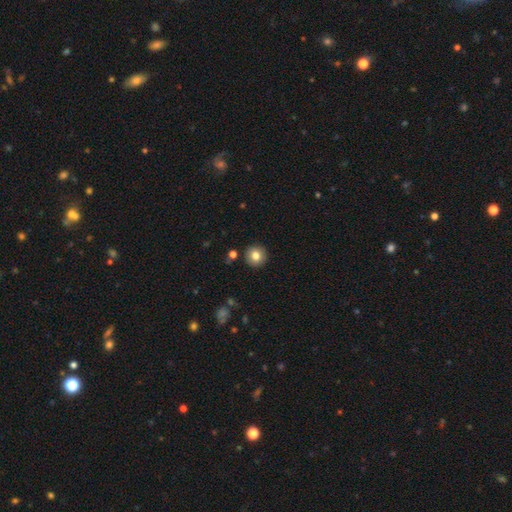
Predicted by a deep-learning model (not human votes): smooth-or-featured: smooth: 82% | star or artifact: 10% | featured or disk: 9%
  how-rounded: round: 94% | in between: 5% | cigar-shaped: 1%
  merging: none: 91% | minor disturbance: 6% | merger: 2% | major disturbance: 2%